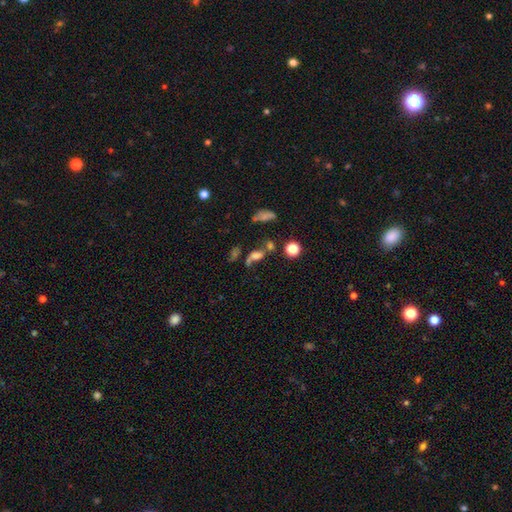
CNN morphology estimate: Smooth or featured?
  - smooth: 52% *
  - featured or disk: 26%
  - star or artifact: 22%
How rounded?
  - in between: 62% *
  - round: 28%
  - cigar-shaped: 10%
Merging?
  - none: 35% *
  - merger: 32%
  - major disturbance: 17%
  - minor disturbance: 16%